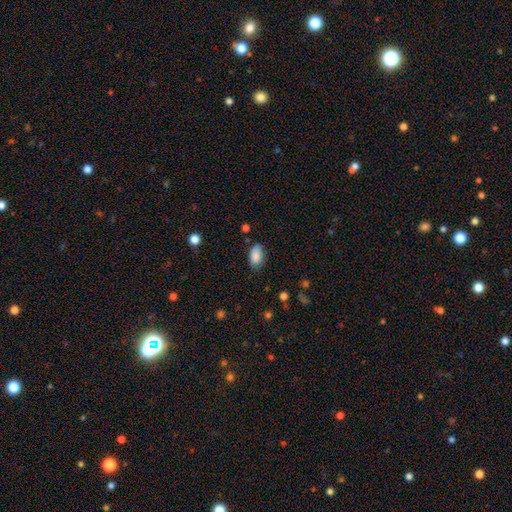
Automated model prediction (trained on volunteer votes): Smooth or featured: smooth — 87% (star or artifact — 8%)
How rounded: in between — 92% (round — 6%)
Merging: none — 72% (minor disturbance — 22%)